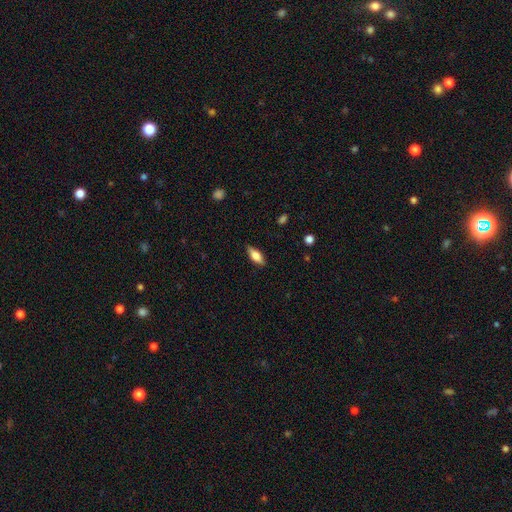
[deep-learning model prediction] This appears to be a smooth galaxy with no disk features (63%) that is in between round and cigar-shaped (74%). Merging: none (86%).